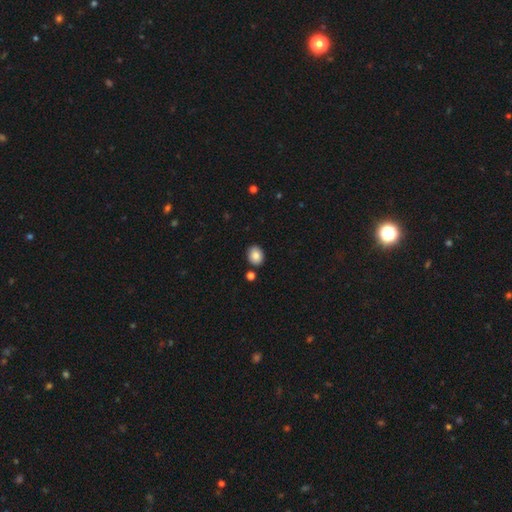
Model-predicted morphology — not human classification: Smooth or featured? smooth (85%)
How rounded? in between (57%)
Merging? none (85%)